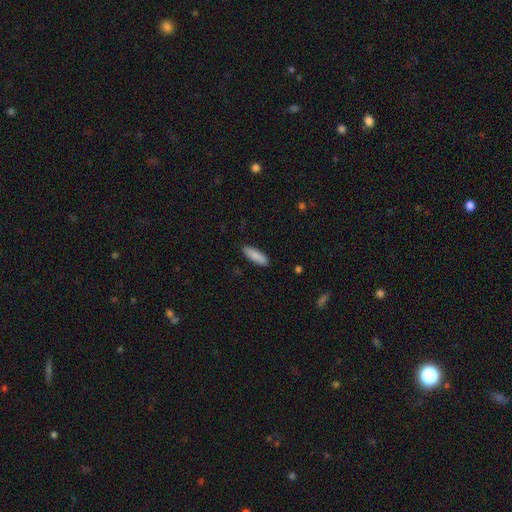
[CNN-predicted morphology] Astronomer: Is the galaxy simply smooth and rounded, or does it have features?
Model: smooth — 87%.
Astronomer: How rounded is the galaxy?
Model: in between — 49%, tied with cigar-shaped at 49%.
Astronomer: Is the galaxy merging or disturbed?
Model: none — 89%.